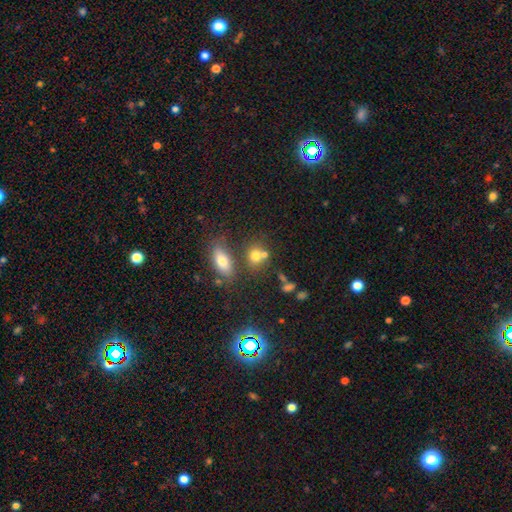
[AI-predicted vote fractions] smooth_or_featured: smooth (p=0.74) [alt: star or artifact p=0.14]
how_rounded: round (p=0.62) [alt: in between p=0.35]
merging: none (p=0.50) [alt: merger p=0.34]